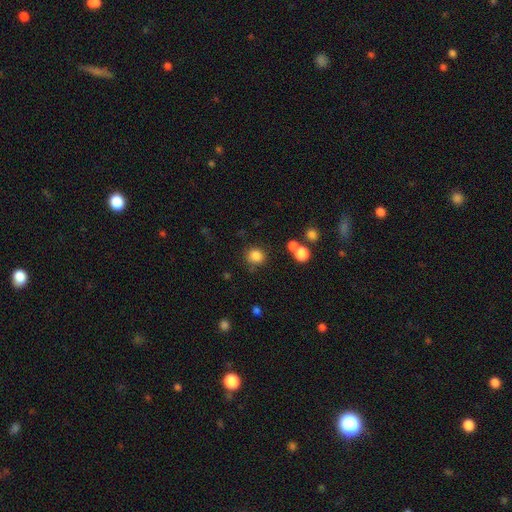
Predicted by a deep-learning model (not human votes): This is clearly a smooth galaxy (83%). How rounded: clearly round (86%). Merging: likely none (80%).